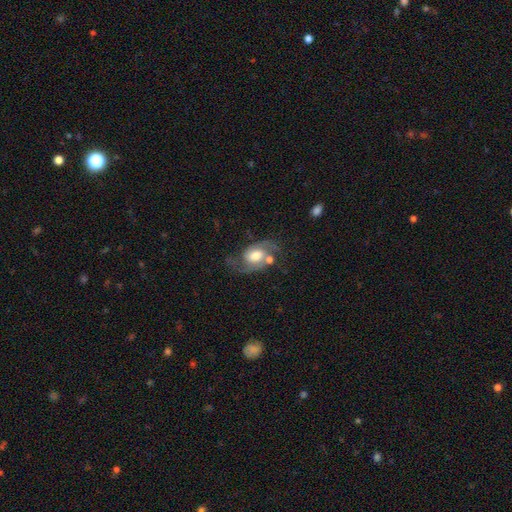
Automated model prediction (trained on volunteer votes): A featured or disk galaxy (77%) with no bar (53%), 2 (89%) medium (49%) spiral arms (92%) and a moderate central bulge (52%). Merging: none (52%).